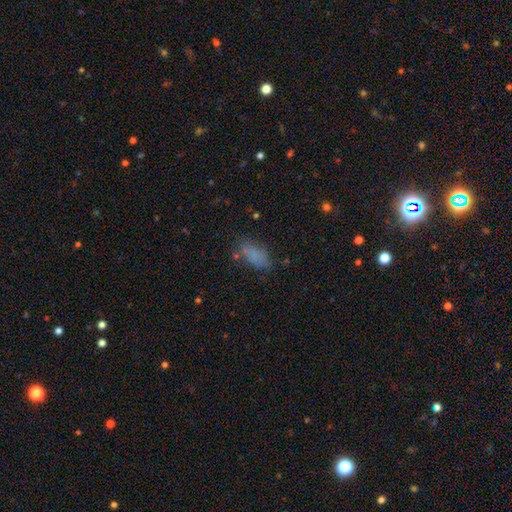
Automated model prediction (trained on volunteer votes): smooth_or_featured: smooth (p=0.75) [alt: star or artifact p=0.13]
how_rounded: in between (p=0.84) [alt: cigar-shaped p=0.11]
merging: none (p=0.64) [alt: minor disturbance p=0.21]